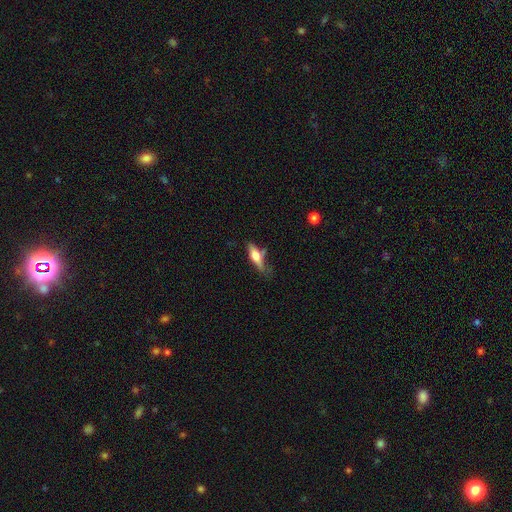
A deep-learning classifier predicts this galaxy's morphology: smooth_or_featured: smooth (p=0.53) [alt: featured or disk p=0.40]
how_rounded: cigar-shaped (p=0.52) [alt: in between p=0.45]
merging: none (p=0.50) [alt: minor disturbance p=0.28]